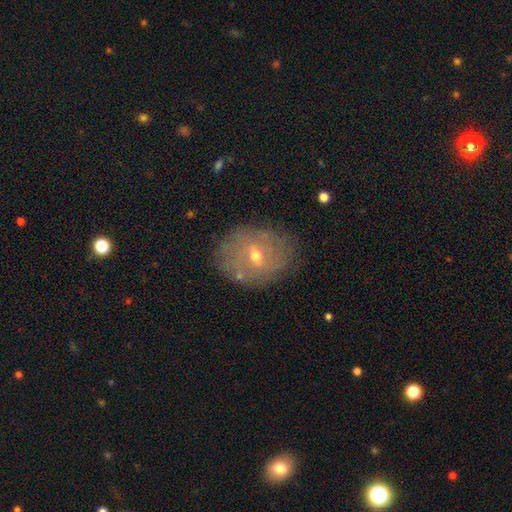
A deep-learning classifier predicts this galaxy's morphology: Smooth or featured: featured or disk — 55% (smooth — 34%)
Edge-on disk: no — 93% (yes — 7%)
Bar: weak — 51% (no — 38%)
Spiral arms: no — 56% (yes — 44%)
Bulge size: small — 50% (moderate — 47%)
Merging: none — 76% (minor disturbance — 16%)